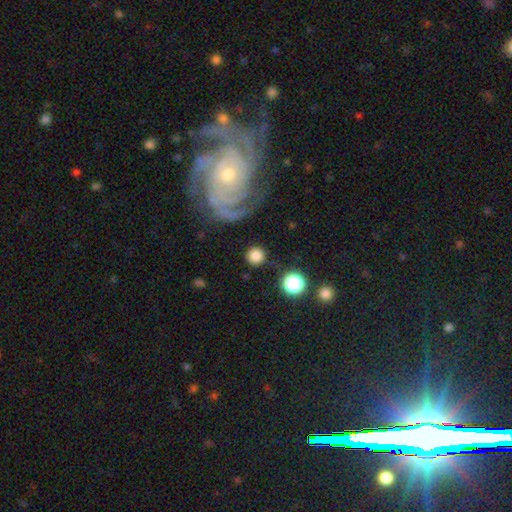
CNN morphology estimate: The model was most divided on "smooth or featured": smooth: 78%, featured or disk: 12%, star or artifact: 10%. More confident: how rounded — round (94%); merging — none (84%).